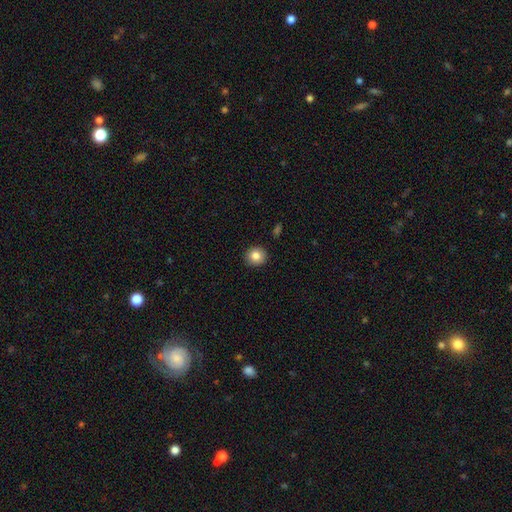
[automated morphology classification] smooth_or_featured: smooth (p=0.83) [alt: star or artifact p=0.09]
how_rounded: round (p=0.87) [alt: in between p=0.12]
merging: none (p=0.92) [alt: minor disturbance p=0.06]